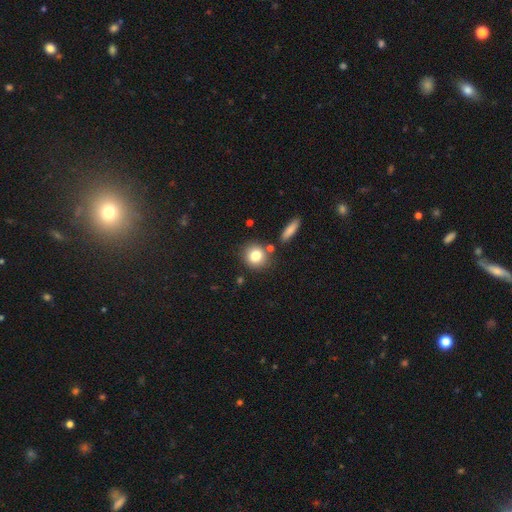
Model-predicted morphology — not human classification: smooth-or-featured: smooth: 80% | featured or disk: 10% | star or artifact: 10%
  how-rounded: round: 83% | in between: 16% | cigar-shaped: 2%
  merging: none: 75% | merger: 12% | minor disturbance: 10% | major disturbance: 3%